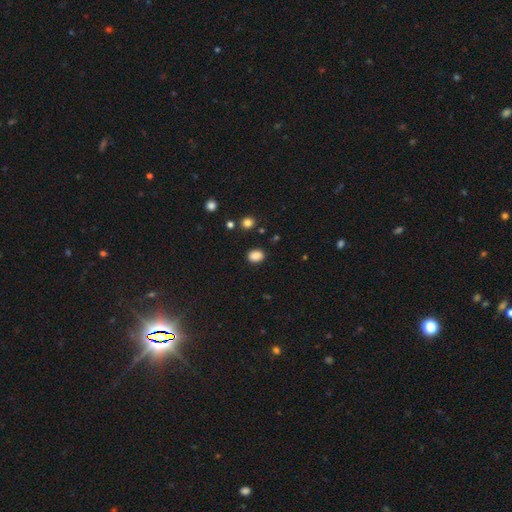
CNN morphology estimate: smooth_or_featured: smooth (p=0.86) [alt: star or artifact p=0.10]
how_rounded: in between (p=0.64) [alt: round p=0.35]
merging: none (p=0.86) [alt: minor disturbance p=0.09]